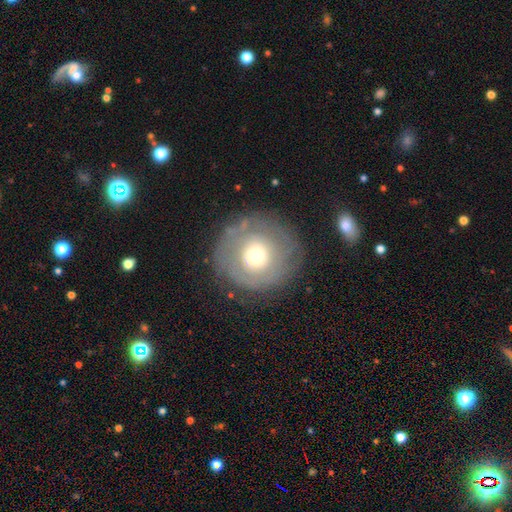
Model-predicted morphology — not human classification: This appears to be a smooth galaxy with no disk features (47%). Merging: none (76%).